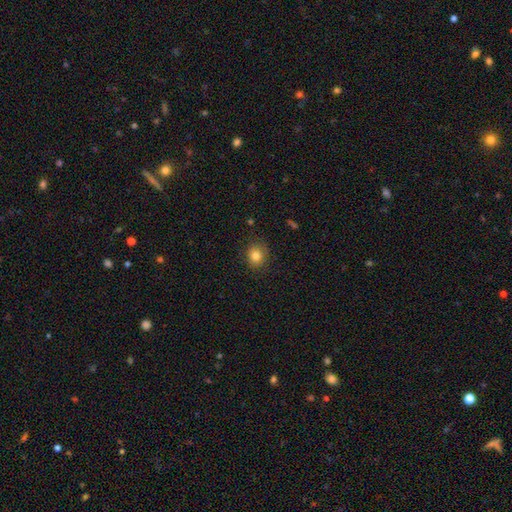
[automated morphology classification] smooth-or-featured: smooth: 82% | star or artifact: 11% | featured or disk: 7%
  how-rounded: round: 76% | in between: 23% | cigar-shaped: 1%
  merging: none: 84% | minor disturbance: 11% | major disturbance: 3% | merger: 1%